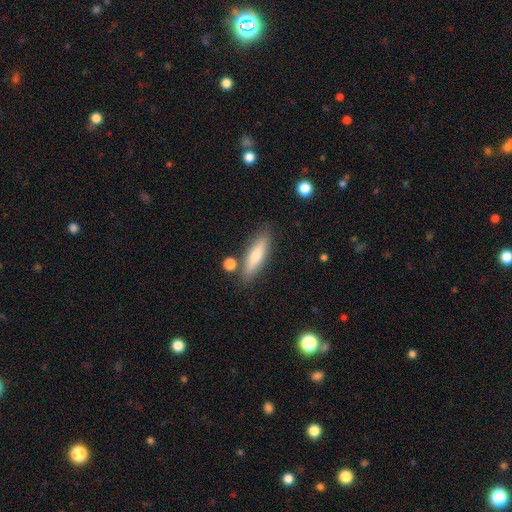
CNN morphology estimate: type=smooth (68%); roundness=cigar-shaped (70%); merging=none (79%).